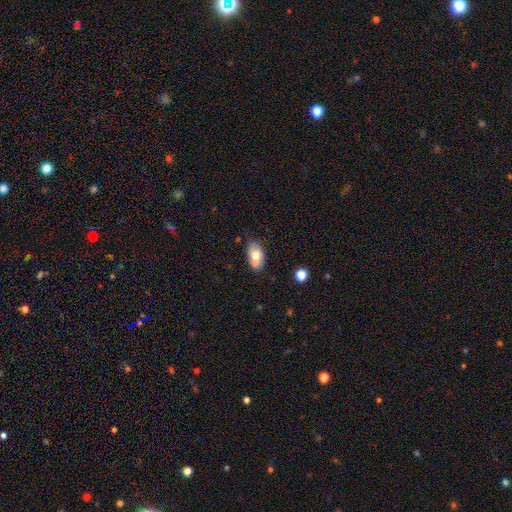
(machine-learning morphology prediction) Smooth or featured? smooth (70%)
How rounded? in between (85%)
Merging? none (49%)